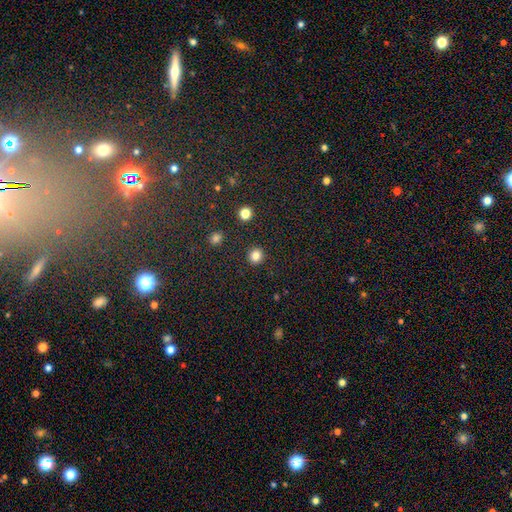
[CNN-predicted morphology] Smooth or featured?
  - smooth: 83% *
  - star or artifact: 12%
  - featured or disk: 4%
How rounded?
  - round: 91% *
  - in between: 9%
  - cigar-shaped: 1%
Merging?
  - none: 91% *
  - minor disturbance: 5%
  - major disturbance: 2%
  - merger: 2%